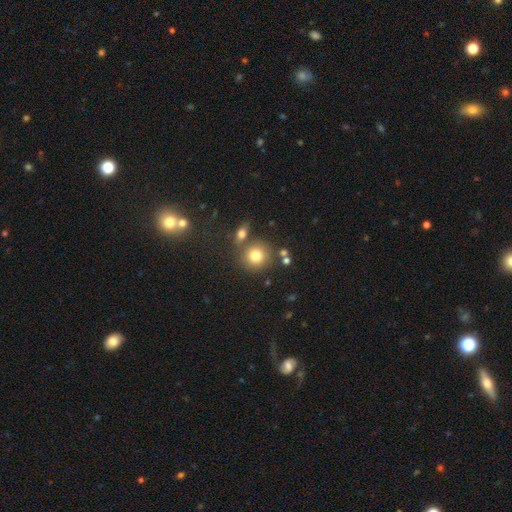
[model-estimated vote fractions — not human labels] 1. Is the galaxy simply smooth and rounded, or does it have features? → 78% smooth, 11% star or artifact, 10% featured or disk.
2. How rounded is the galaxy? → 89% round, 10% in between, 1% cigar-shaped.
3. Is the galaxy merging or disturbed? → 69% none, 17% merger, 10% minor disturbance, 4% major disturbance.